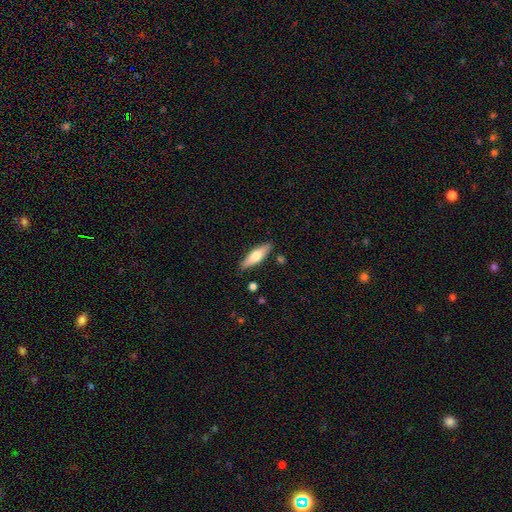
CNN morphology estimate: This is possibly a smooth galaxy (58%). How rounded: possibly cigar-shaped (54%). Merging: clearly none (86%).